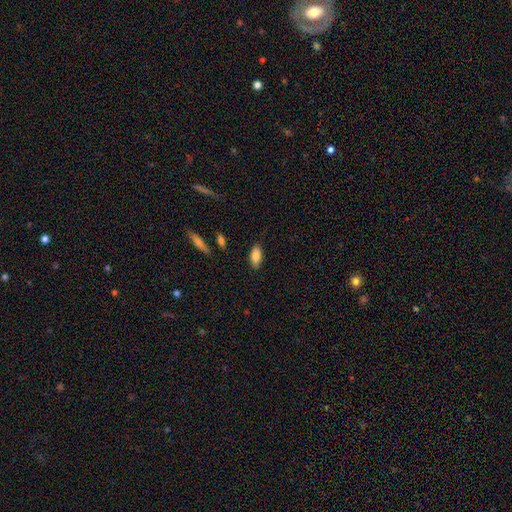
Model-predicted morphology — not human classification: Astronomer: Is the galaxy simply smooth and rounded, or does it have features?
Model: smooth — 83%.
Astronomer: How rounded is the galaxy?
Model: in between — 87%.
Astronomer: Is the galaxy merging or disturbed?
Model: none — 86%.